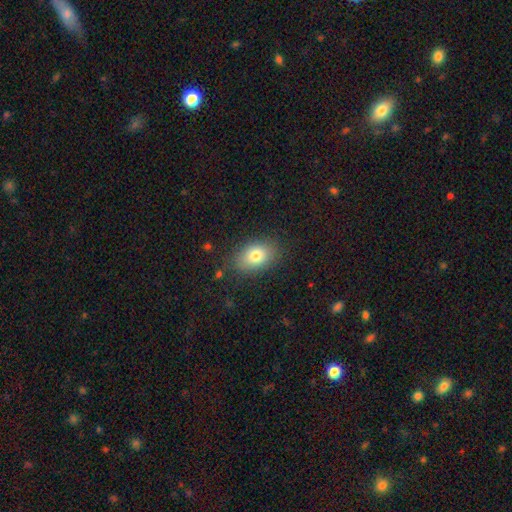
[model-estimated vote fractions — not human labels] Morphology: type=smooth (78%); roundness=in between (80%); merging=none (83%).